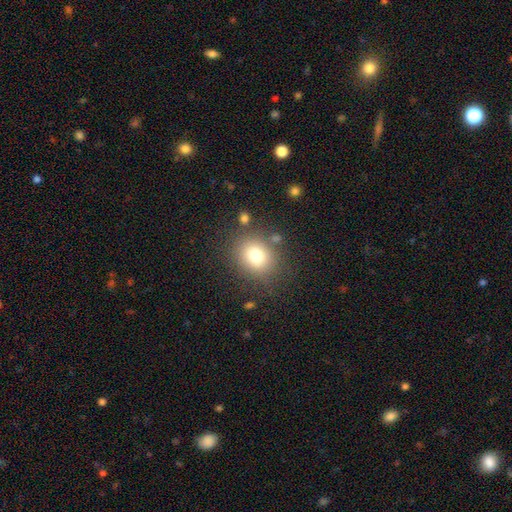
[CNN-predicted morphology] smooth 76%, star or artifact 13%, featured or disk 11%. Down the decision tree: how rounded — round (69%); merging — none (79%).